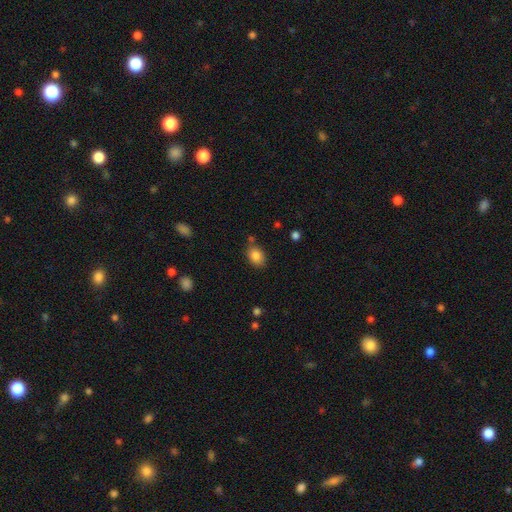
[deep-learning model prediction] smooth_or_featured: smooth (p=0.84) [alt: star or artifact p=0.09]
how_rounded: in between (p=0.71) [alt: round p=0.28]
merging: none (p=0.76) [alt: minor disturbance p=0.14]